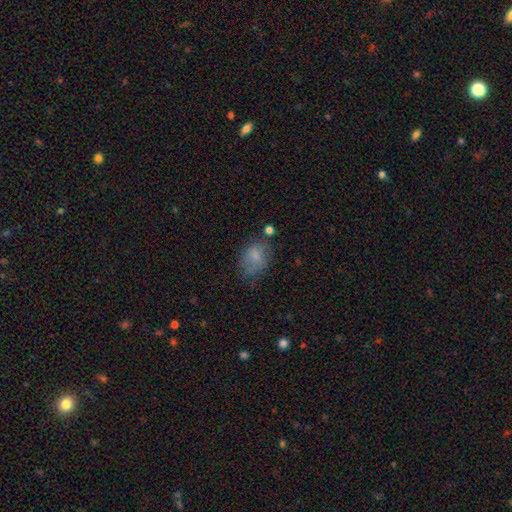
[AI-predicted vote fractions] smooth-or-featured: smooth: 72% | featured or disk: 16% | star or artifact: 12%
  how-rounded: in between: 74% | round: 25% | cigar-shaped: 1%
  merging: none: 52% | minor disturbance: 28% | major disturbance: 15% | merger: 5%